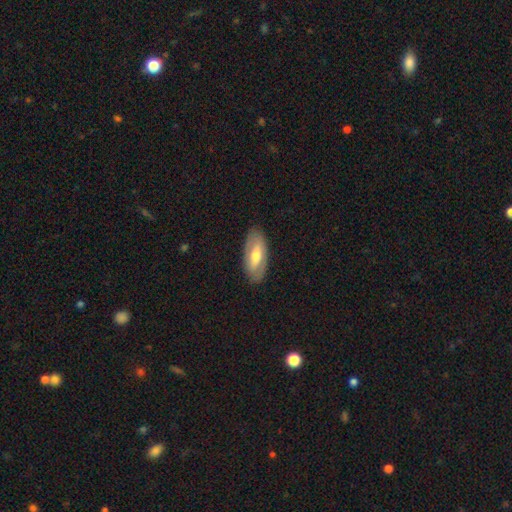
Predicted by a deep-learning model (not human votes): Smooth or featured: featured or disk — 49% (smooth — 46%)
Merging: none — 86% (minor disturbance — 10%)